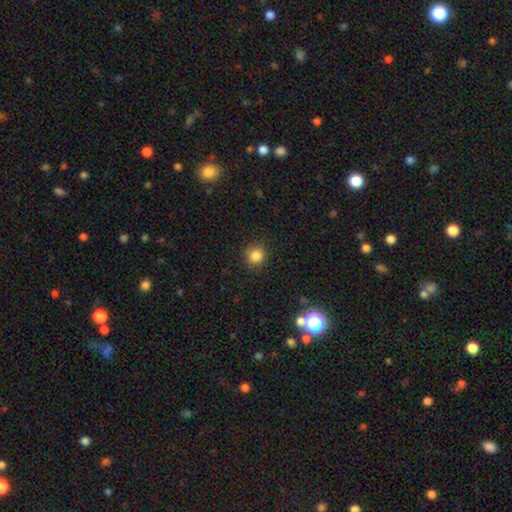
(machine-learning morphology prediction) Q: Smooth or featured?
A: smooth (84%); runner-up: star or artifact (12%)
Q: How rounded?
A: round (87%); runner-up: in between (12%)
Q: Merging?
A: none (87%); runner-up: minor disturbance (9%)